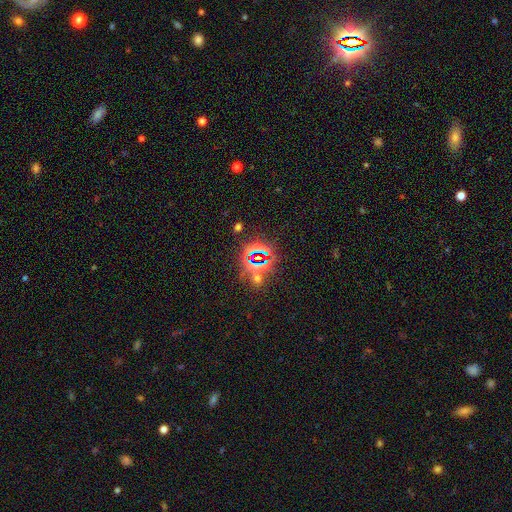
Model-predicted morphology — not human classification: Smooth or featured?
  - star or artifact: 79% *
  - smooth: 12%
  - featured or disk: 9%